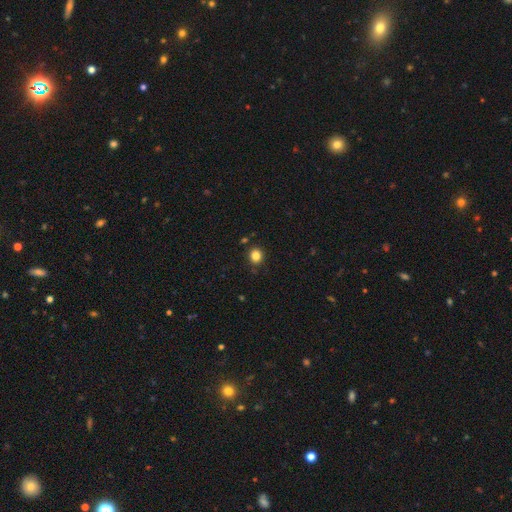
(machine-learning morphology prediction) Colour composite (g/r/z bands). It shows a smooth galaxy with no disk features (84%) that is round (81%). Merging: none (86%).